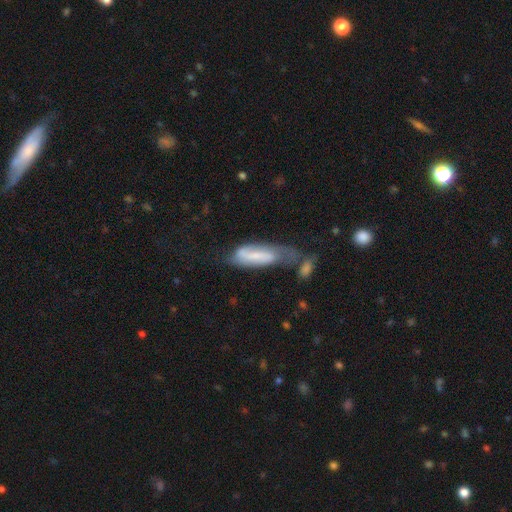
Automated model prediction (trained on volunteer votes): Smooth or featured? Predicted: featured or disk (p=0.47). Merging? Predicted: none (p=0.29).